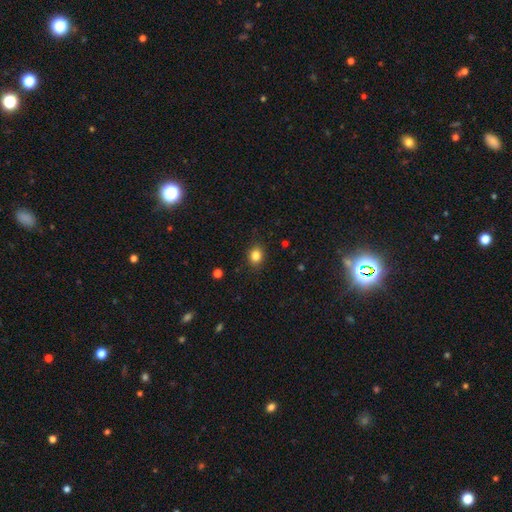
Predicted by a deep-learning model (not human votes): smooth_or_featured: smooth (p=0.84) [alt: star or artifact p=0.11]
how_rounded: round (p=0.55) [alt: in between p=0.44]
merging: none (p=0.87) [alt: minor disturbance p=0.09]